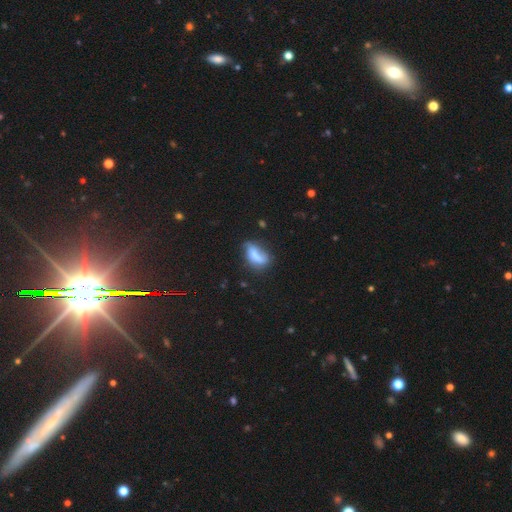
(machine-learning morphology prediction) smooth-or-featured: smooth: 65% | featured or disk: 26% | star or artifact: 10%
  how-rounded: in between: 80% | cigar-shaped: 14% | round: 6%
  merging: none: 40% | minor disturbance: 30% | major disturbance: 19% | merger: 11%